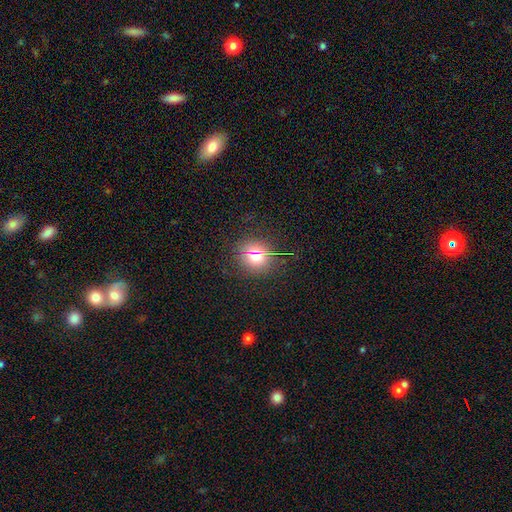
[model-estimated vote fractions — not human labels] Smooth or featured? smooth (66%)
How rounded? round (89%)
Merging? none (87%)